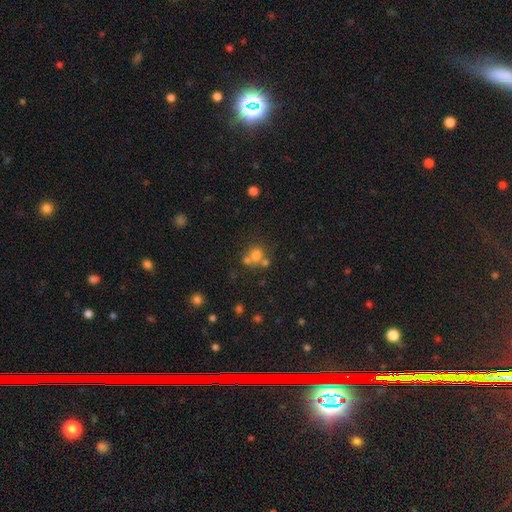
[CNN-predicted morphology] A smooth galaxy with no disk features (68%) that is round (81%).

Vote fractions:
- Smooth or featured? smooth: 68% / star or artifact: 18% / featured or disk: 14%
- How rounded? round: 81% / in between: 18% / cigar-shaped: 1%
- Merging? none: 44% / merger: 42% / minor disturbance: 9% / major disturbance: 5%